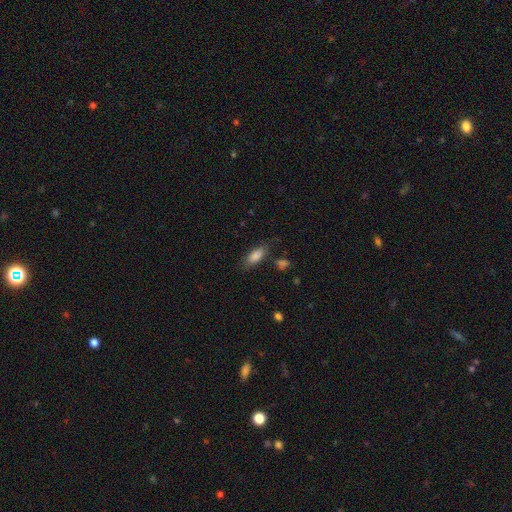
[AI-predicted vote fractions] This is clearly a smooth galaxy (85%). How rounded: clearly in between (80%). Merging: likely none (76%).